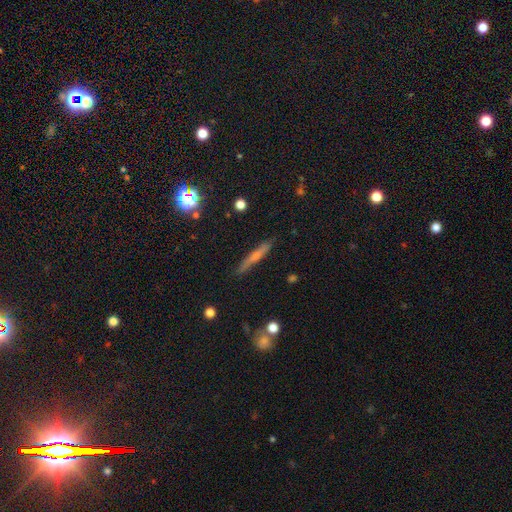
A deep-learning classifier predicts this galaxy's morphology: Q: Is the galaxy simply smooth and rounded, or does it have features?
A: smooth — 45%.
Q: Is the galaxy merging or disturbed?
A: none — 87%.